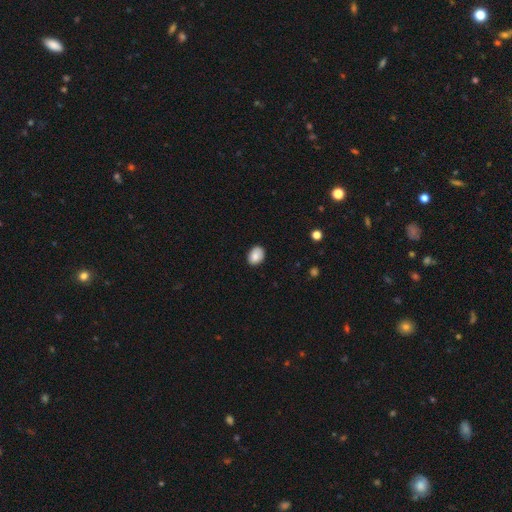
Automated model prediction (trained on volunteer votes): The model was most divided on "how rounded": in between: 70%, round: 29%, cigar-shaped: 1%. More confident: smooth or featured — smooth (86%); merging — none (84%).